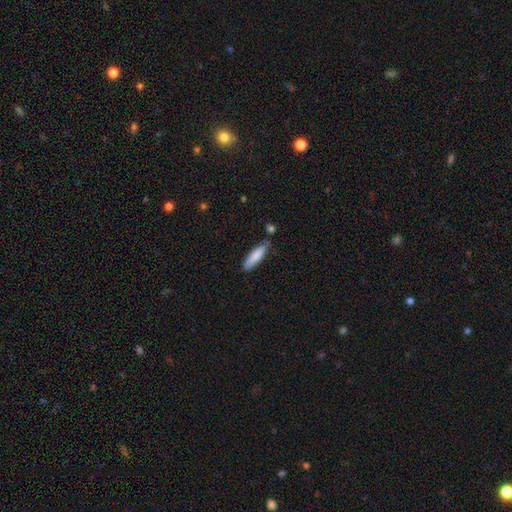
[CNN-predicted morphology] A smooth galaxy with no disk features (82%) that is cigar-shaped (71%).

Vote fractions:
- Smooth or featured? smooth: 82% / featured or disk: 13% / star or artifact: 6%
- How rounded? cigar-shaped: 71% / in between: 28% / round: 1%
- Merging? none: 73% / minor disturbance: 18% / merger: 6% / major disturbance: 3%